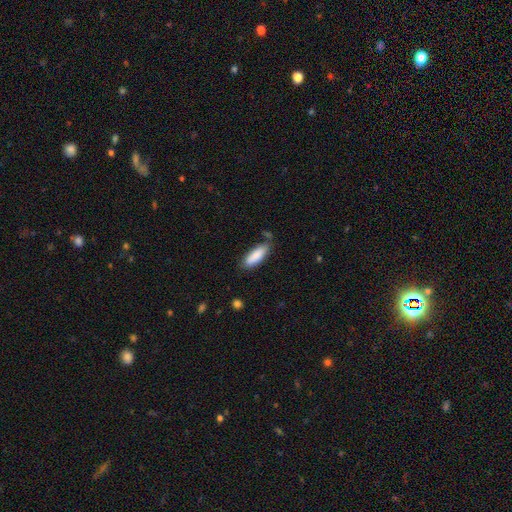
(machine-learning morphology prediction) Overall: smooth (87%). How rounded: in between (60%; cigar-shaped 38%). Merging: none (72%).